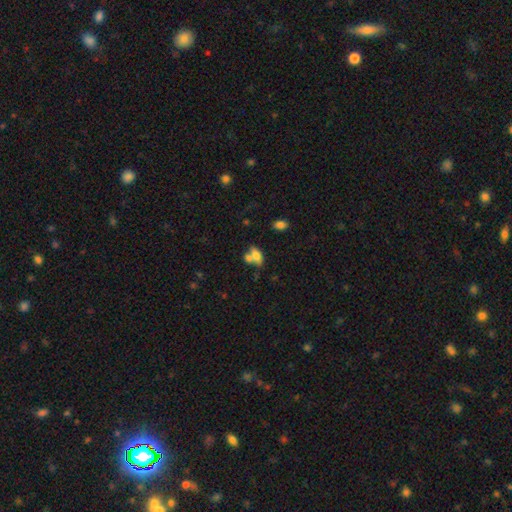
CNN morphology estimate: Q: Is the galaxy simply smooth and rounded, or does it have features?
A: smooth — 69%.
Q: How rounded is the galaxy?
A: in between — 83%.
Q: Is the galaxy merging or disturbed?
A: merger — 46%.